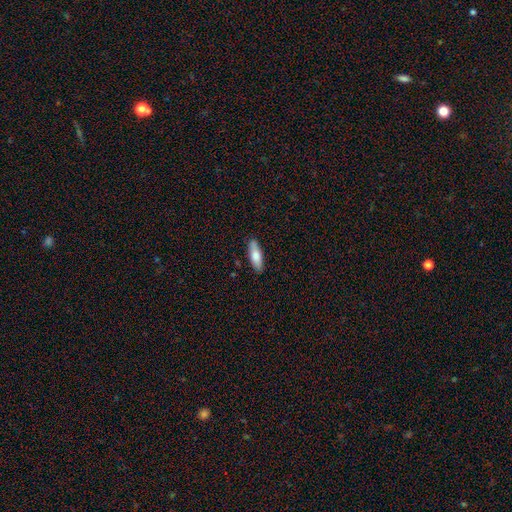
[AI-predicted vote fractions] smooth 75%, featured or disk 19%, star or artifact 6%. Down the decision tree: how rounded — in between (55%); merging — none (87%).